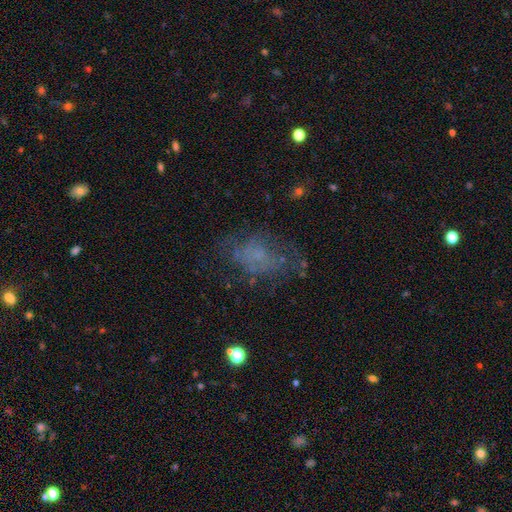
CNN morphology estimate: type=smooth (41%); merging=none (50%).